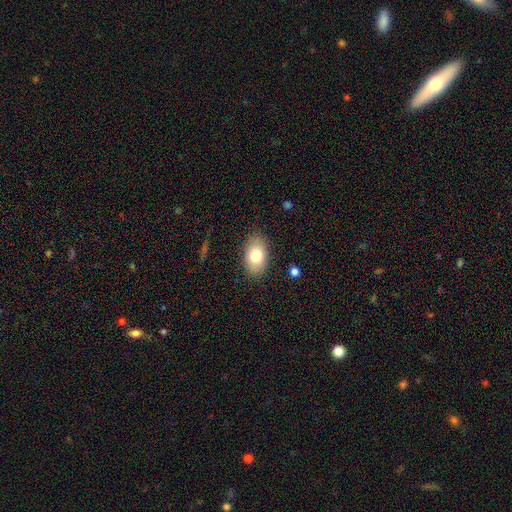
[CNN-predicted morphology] type=smooth (78%); roundness=in between (90%); merging=none (86%).